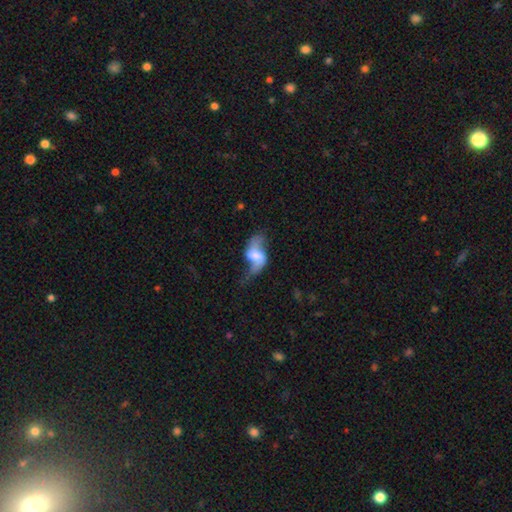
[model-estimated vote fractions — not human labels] Q: Smooth or featured?
A: featured or disk (73%); runner-up: smooth (20%)
Q: Edge-on disk?
A: no (95%); runner-up: yes (5%)
Q: Bar?
A: weak (45%); runner-up: strong (31%)
Q: Spiral arms?
A: yes (86%); runner-up: no (14%)
Q: Spiral winding?
A: loose (83%); runner-up: medium (13%)
Q: Spiral arm count?
A: 2 (88%); runner-up: 1 (5%)
Q: Bulge size?
A: moderate (40%); runner-up: small (27%)
Q: Merging?
A: none (47%); runner-up: major disturbance (25%)